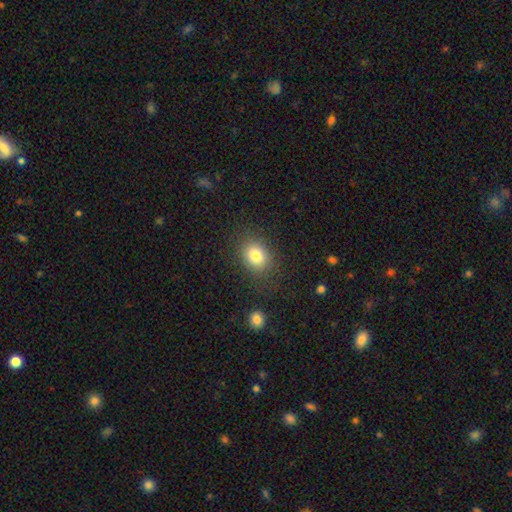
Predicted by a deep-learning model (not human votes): Smooth or featured? smooth (80%)
How rounded? round (52%)
Merging? none (81%)